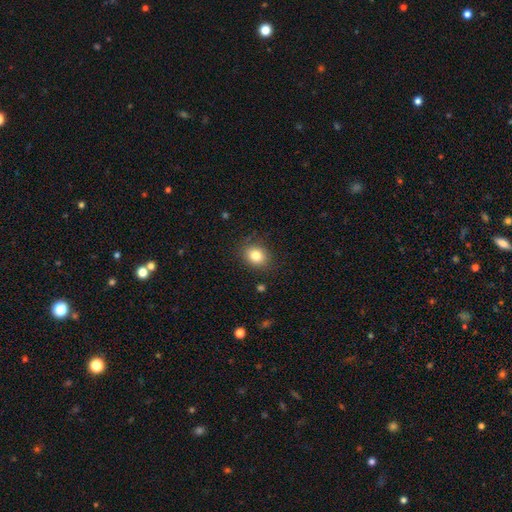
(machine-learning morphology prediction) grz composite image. It shows a smooth galaxy with no disk features (83%) that is round (54%). Merging: none (85%).